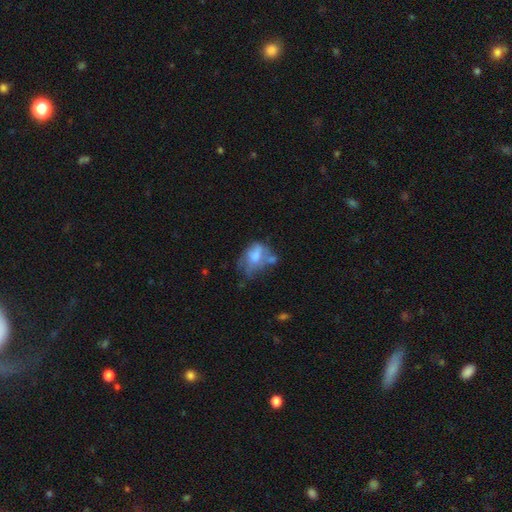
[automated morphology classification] This appears to be a smooth galaxy with no disk features (52%) that is in between round and cigar-shaped (79%). Merging: major disturbance (33%).